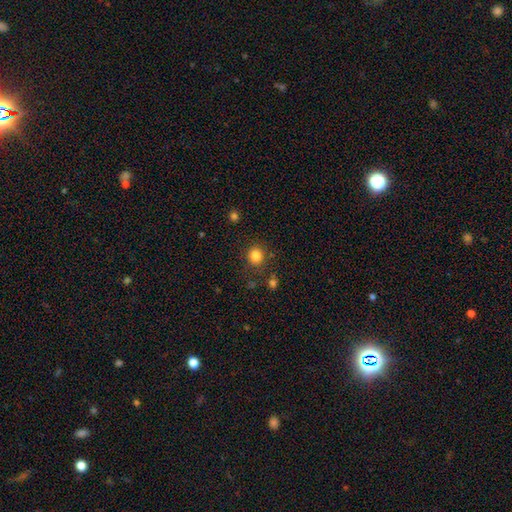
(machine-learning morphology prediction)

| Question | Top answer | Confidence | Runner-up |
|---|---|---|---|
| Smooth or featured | smooth | 84% | star or artifact (12%) |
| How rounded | round | 88% | in between (11%) |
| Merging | none | 84% | minor disturbance (9%) |